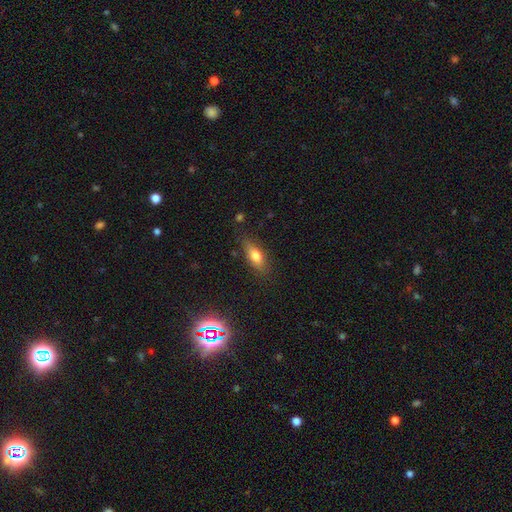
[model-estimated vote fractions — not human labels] Smooth or featured? Predicted: smooth (p=0.71). How rounded? Predicted: in between (p=0.71). Merging? Predicted: none (p=0.78).